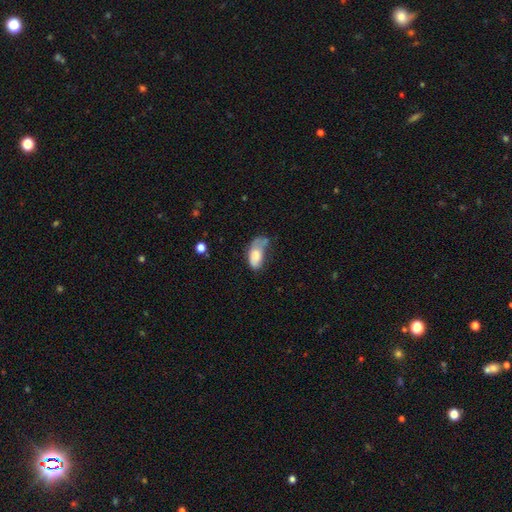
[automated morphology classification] smooth_or_featured: smooth (p=0.71) [alt: featured or disk p=0.21]
how_rounded: in between (p=0.92) [alt: round p=0.04]
merging: major disturbance (p=0.37) [alt: minor disturbance p=0.30]